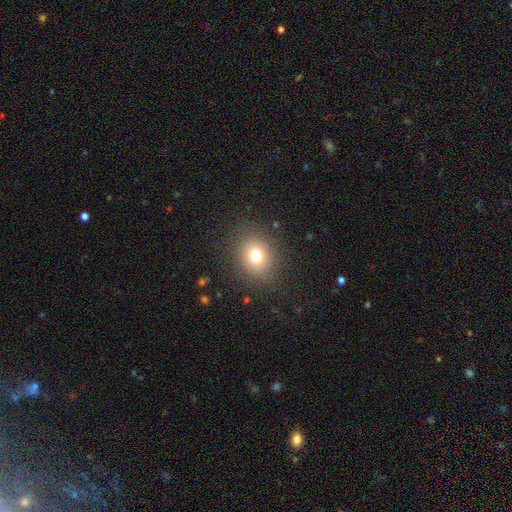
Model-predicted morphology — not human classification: smooth 74%, star or artifact 15%, featured or disk 11%. Down the decision tree: how rounded — round (71%); merging — none (86%).